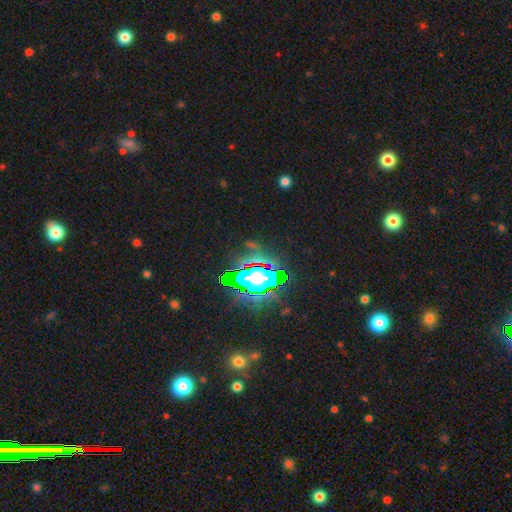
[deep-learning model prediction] smooth_or_featured: star or artifact (p=0.74) [alt: smooth p=0.13]